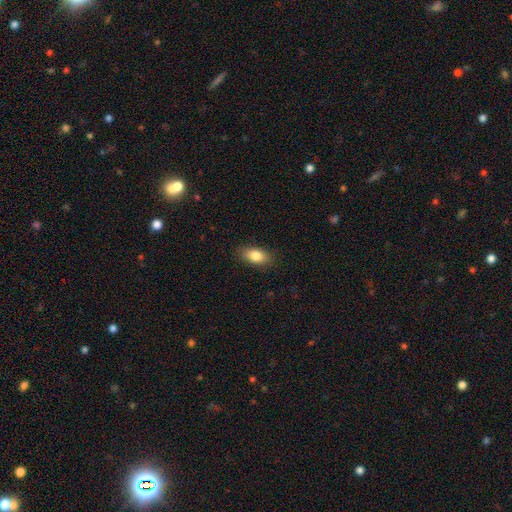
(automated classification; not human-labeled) Smooth or featured? smooth (83%)
How rounded? in between (89%)
Merging? none (87%)